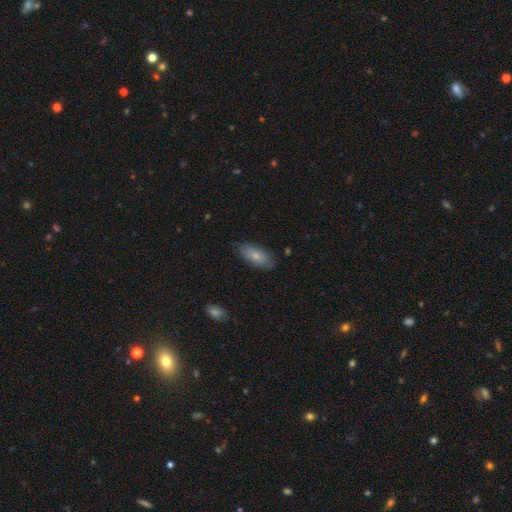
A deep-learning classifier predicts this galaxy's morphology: Smooth or featured? Predicted: smooth (p=0.72). How rounded? Predicted: in between (p=0.87). Merging? Predicted: none (p=0.78).